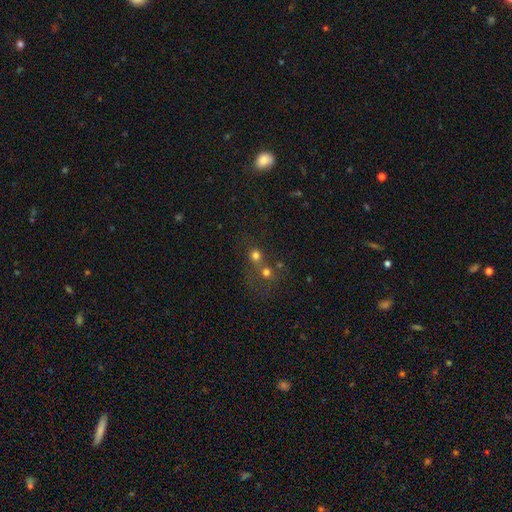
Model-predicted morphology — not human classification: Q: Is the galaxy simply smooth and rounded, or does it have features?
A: smooth — 65%.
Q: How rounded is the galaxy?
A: round — 86%.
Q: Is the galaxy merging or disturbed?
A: merger — 47%.